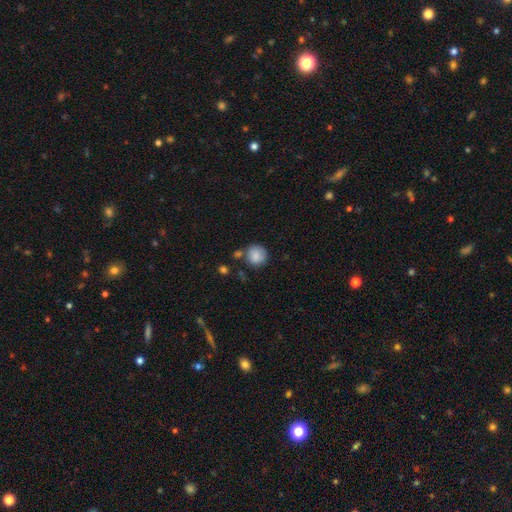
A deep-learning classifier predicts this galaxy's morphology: The model was most divided on "merging": none: 70%, minor disturbance: 16%, merger: 10%, major disturbance: 5%. More confident: how rounded — round (90%); smooth or featured — smooth (84%).